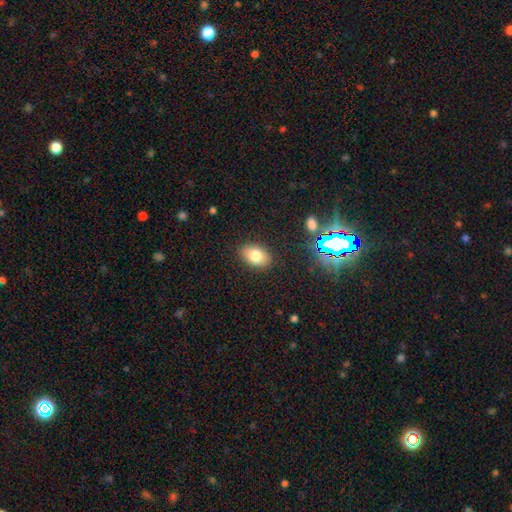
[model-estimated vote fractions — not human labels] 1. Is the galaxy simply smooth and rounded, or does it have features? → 78% smooth, 11% featured or disk, 10% star or artifact.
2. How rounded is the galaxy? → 86% in between, 13% round, 1% cigar-shaped.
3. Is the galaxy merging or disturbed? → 86% none, 10% minor disturbance, 3% major disturbance, 1% merger.